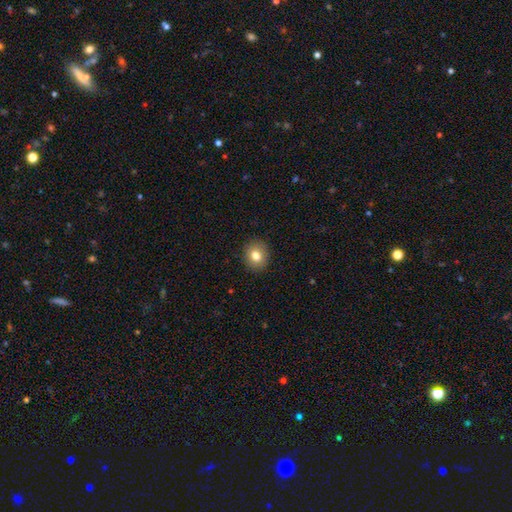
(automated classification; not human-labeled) Smooth or featured: smooth — 80% (featured or disk — 11%)
How rounded: round — 72% (in between — 27%)
Merging: none — 91% (minor disturbance — 7%)